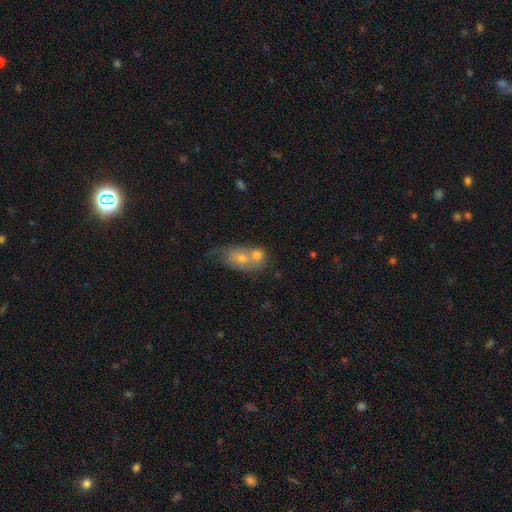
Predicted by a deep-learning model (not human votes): Smooth or featured? Predicted: smooth (p=0.57). How rounded? Predicted: in between (p=0.66). Merging? Predicted: merger (p=0.60).